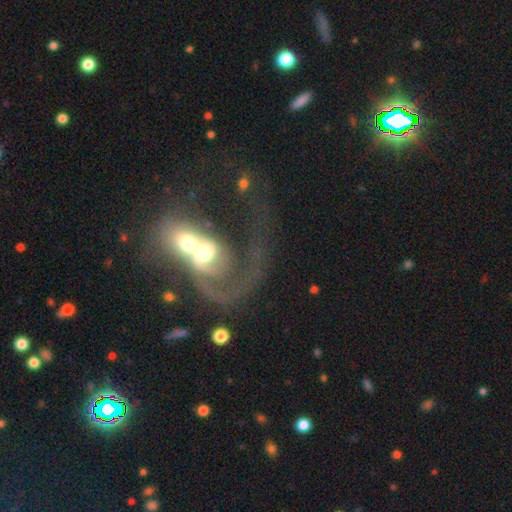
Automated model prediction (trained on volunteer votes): smooth-or-featured: featured or disk: 70% | smooth: 22% | star or artifact: 8%
  disk-edge-on: no: 96% | yes: 4%
    bar: no: 67% | weak: 25% | strong: 8%
    has-spiral-arms: yes: 73% | no: 27%
    bulge-size: moderate: 60% | small: 17% | large: 16% | none: 3% | dominant: 3%
  merging: merger: 76% | major disturbance: 12% | none: 8% | minor disturbance: 4%